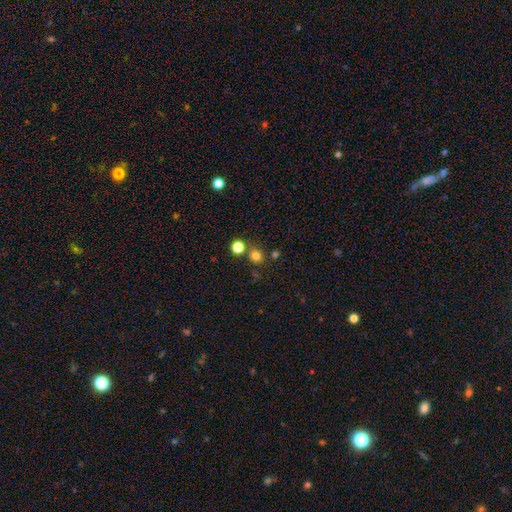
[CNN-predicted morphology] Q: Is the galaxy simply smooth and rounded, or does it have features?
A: smooth — 76%.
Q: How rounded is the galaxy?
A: round — 90%.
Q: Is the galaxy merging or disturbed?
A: none — 77%.